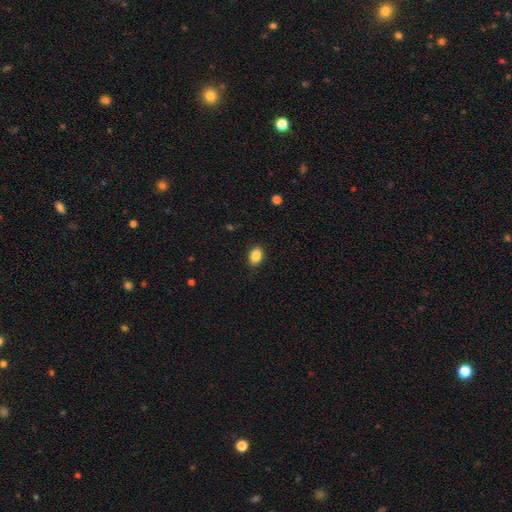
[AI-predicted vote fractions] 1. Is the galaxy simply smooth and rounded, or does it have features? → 86% smooth, 9% star or artifact, 5% featured or disk.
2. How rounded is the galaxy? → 68% in between, 31% round, 1% cigar-shaped.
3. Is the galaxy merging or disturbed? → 88% none, 9% minor disturbance, 2% major disturbance, 1% merger.